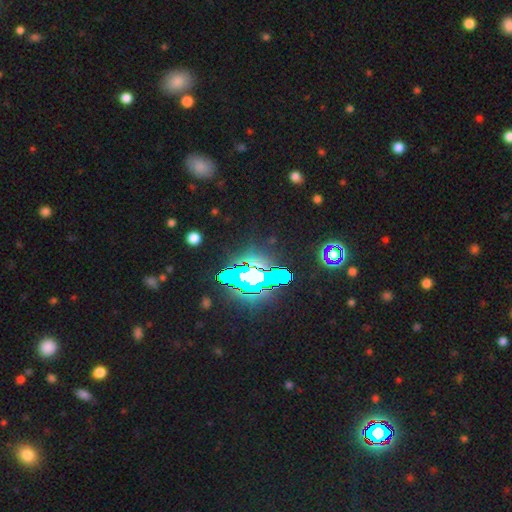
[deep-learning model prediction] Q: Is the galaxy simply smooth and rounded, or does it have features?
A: star or artifact — 81%.